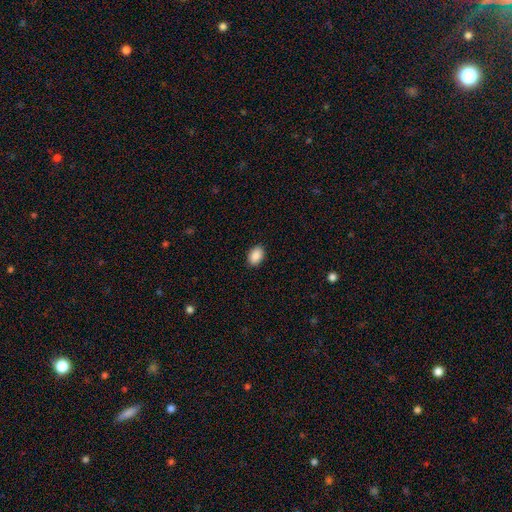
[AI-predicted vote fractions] This is clearly a smooth galaxy (90%). How rounded: clearly in between (87%). Merging: clearly none (89%).